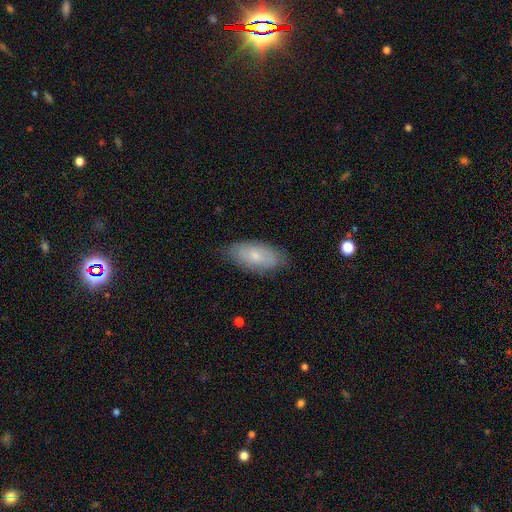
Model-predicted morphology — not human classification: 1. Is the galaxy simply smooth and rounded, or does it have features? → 65% smooth, 29% featured or disk, 6% star or artifact.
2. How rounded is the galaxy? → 91% in between, 7% cigar-shaped, 3% round.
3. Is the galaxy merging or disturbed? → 77% none, 18% minor disturbance, 3% major disturbance, 1% merger.